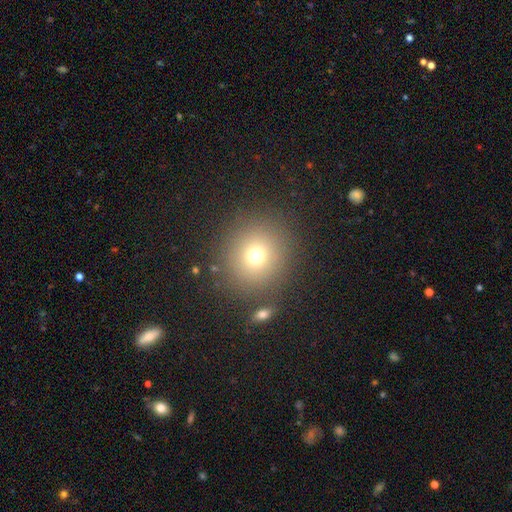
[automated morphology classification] Smooth or featured?
  - smooth: 72% *
  - star or artifact: 17%
  - featured or disk: 11%
How rounded?
  - round: 89% *
  - in between: 10%
  - cigar-shaped: 1%
Merging?
  - none: 84% *
  - minor disturbance: 8%
  - merger: 5%
  - major disturbance: 4%